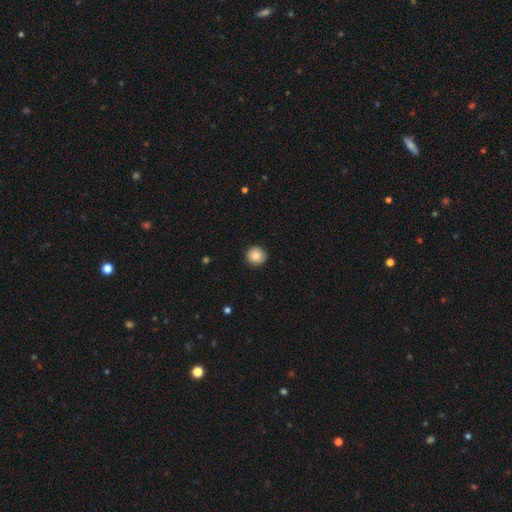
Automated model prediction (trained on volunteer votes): This appears to be a smooth galaxy with no disk features (85%) that is round (95%). Merging: none (92%).